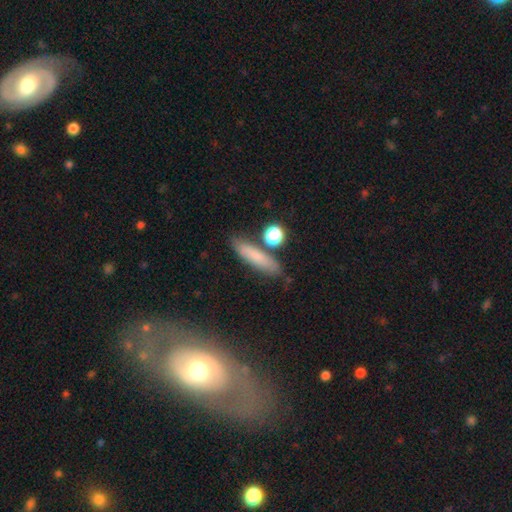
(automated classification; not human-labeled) Q: Smooth or featured?
A: smooth (73%); runner-up: featured or disk (18%)
Q: How rounded?
A: cigar-shaped (68%); runner-up: in between (26%)
Q: Merging?
A: none (77%); runner-up: minor disturbance (12%)